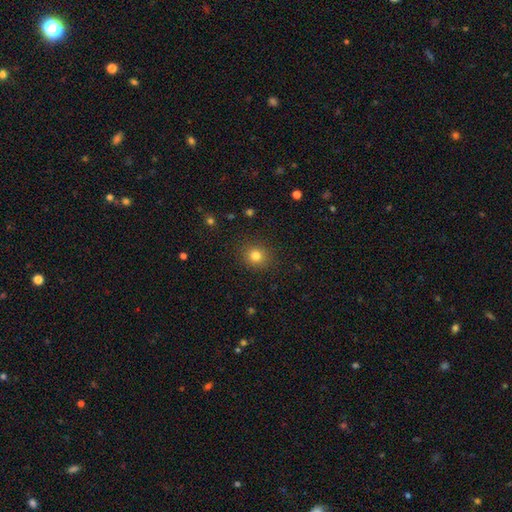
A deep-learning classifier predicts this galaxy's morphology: smooth-or-featured: smooth: 81% | star or artifact: 13% | featured or disk: 6%
  how-rounded: round: 85% | in between: 14% | cigar-shaped: 1%
  merging: none: 89% | minor disturbance: 7% | major disturbance: 3% | merger: 1%